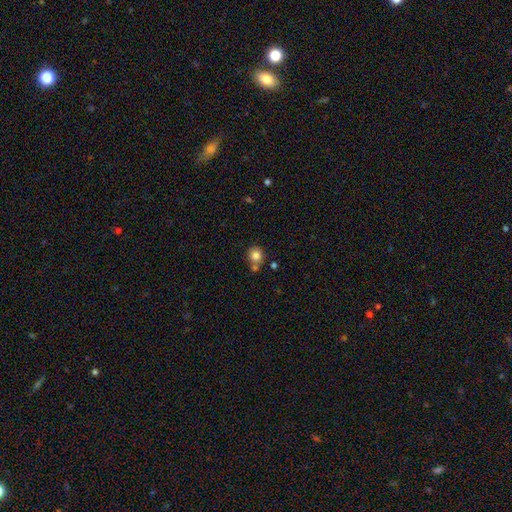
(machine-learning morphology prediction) This appears to be a smooth galaxy with no disk features (82%) that is round (86%). Merging: none (63%).